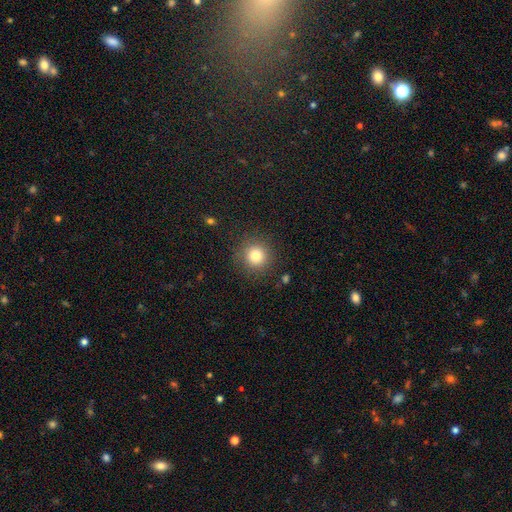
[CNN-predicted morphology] Q: Smooth or featured?
A: smooth (81%); runner-up: star or artifact (12%)
Q: How rounded?
A: round (94%); runner-up: in between (5%)
Q: Merging?
A: none (88%); runner-up: minor disturbance (7%)